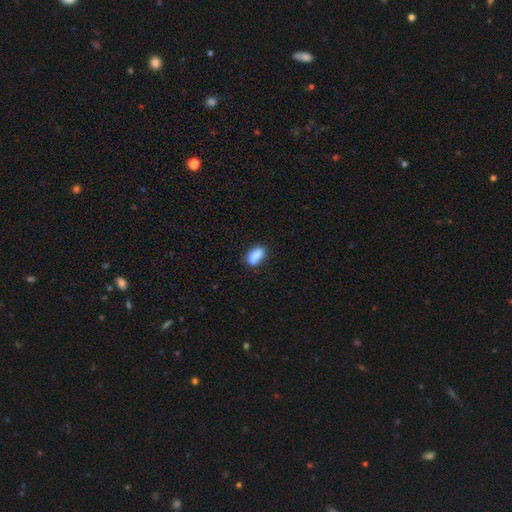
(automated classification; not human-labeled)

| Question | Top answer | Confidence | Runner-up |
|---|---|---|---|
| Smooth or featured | smooth | 87% | star or artifact (8%) |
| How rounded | in between | 84% | cigar-shaped (10%) |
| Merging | none | 74% | minor disturbance (19%) |